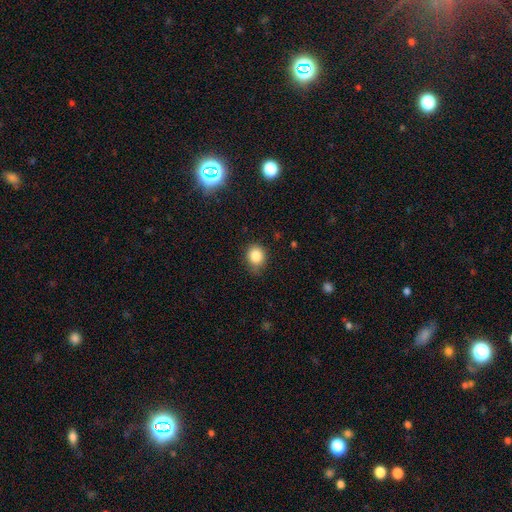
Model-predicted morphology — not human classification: Smooth or featured? smooth (84%)
How rounded? round (68%)
Merging? none (75%)